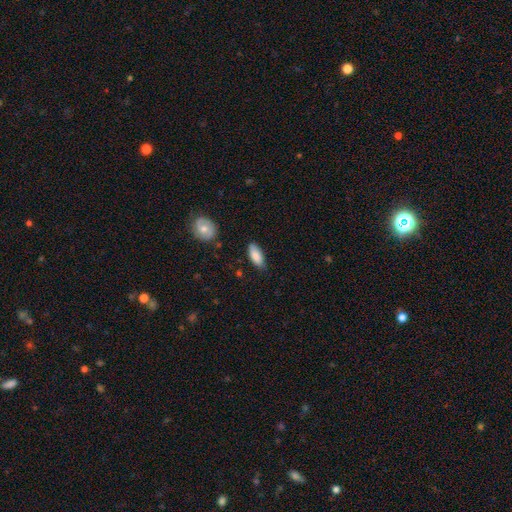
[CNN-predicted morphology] Smooth or featured? smooth (86%)
How rounded? in between (85%)
Merging? none (75%)